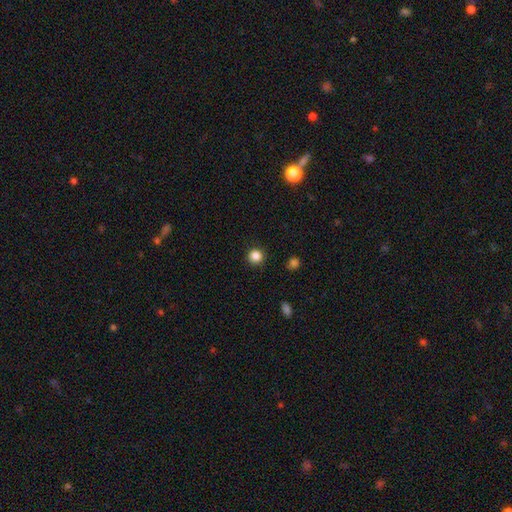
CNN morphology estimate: Smooth or featured? smooth (85%)
How rounded? round (95%)
Merging? none (92%)